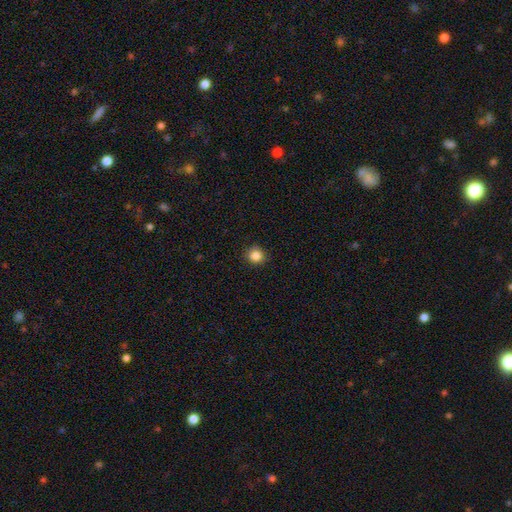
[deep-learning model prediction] smooth 85%, star or artifact 11%, featured or disk 4%. Down the decision tree: how rounded — round (89%); merging — none (90%).